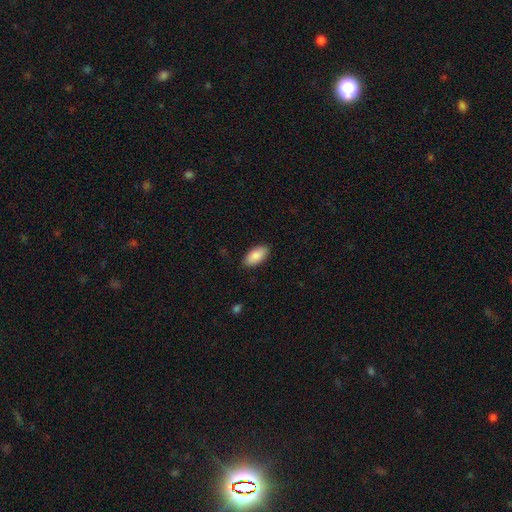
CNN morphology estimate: smooth_or_featured: smooth (p=0.89) [alt: star or artifact p=0.06]
how_rounded: in between (p=0.94) [alt: cigar-shaped p=0.04]
merging: none (p=0.88) [alt: minor disturbance p=0.09]